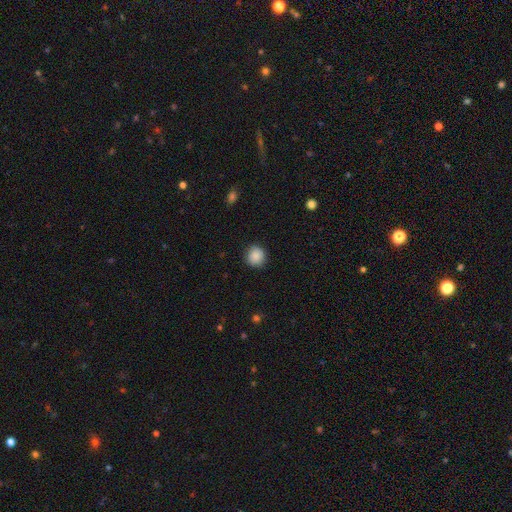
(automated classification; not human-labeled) Smooth or featured? smooth (88%)
How rounded? round (92%)
Merging? none (90%)